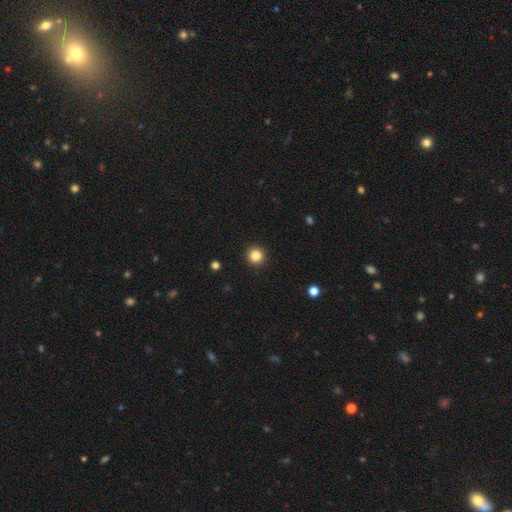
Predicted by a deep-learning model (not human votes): Smooth or featured? smooth (84%)
How rounded? round (96%)
Merging? none (94%)